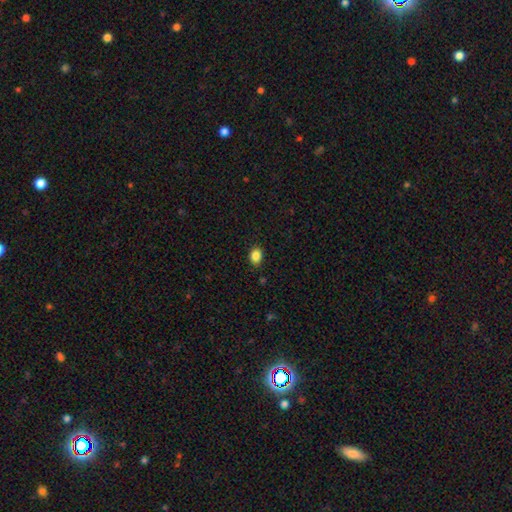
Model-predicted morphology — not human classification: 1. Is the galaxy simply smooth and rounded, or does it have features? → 86% smooth, 10% star or artifact, 4% featured or disk.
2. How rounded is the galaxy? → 56% in between, 43% round, 1% cigar-shaped.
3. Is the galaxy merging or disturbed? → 86% none, 11% minor disturbance, 2% major disturbance, 1% merger.